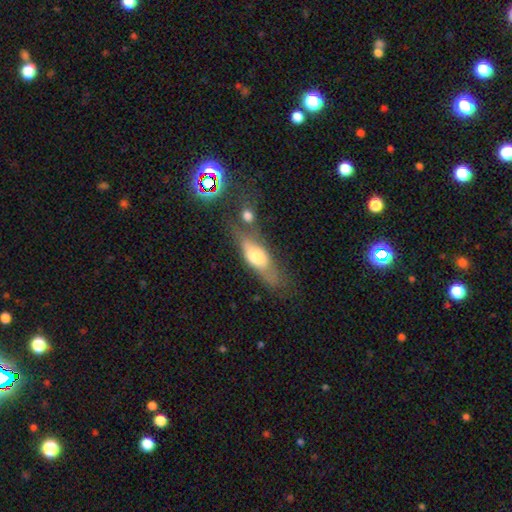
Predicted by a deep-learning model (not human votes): A smooth galaxy with no disk features (51%) that is in between round and cigar-shaped (60%).

Vote fractions:
- Smooth or featured? smooth: 51% / featured or disk: 41% / star or artifact: 8%
- How rounded? in between: 60% / cigar-shaped: 35% / round: 6%
- Merging? none: 48% / minor disturbance: 20% / merger: 19% / major disturbance: 13%